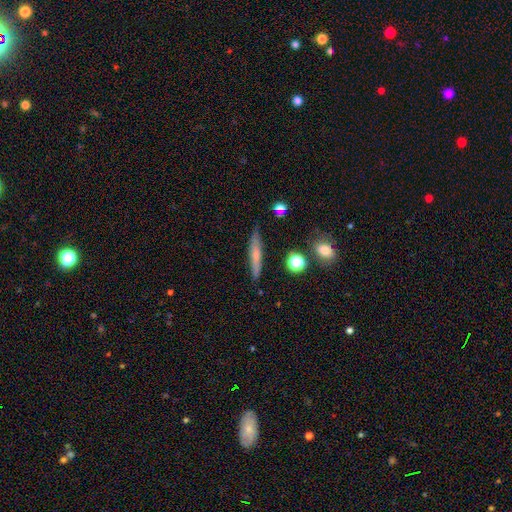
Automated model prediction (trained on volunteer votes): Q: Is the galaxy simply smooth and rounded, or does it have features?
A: smooth — 56%.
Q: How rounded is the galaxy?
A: cigar-shaped — 89%.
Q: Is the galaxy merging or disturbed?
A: none — 84%.